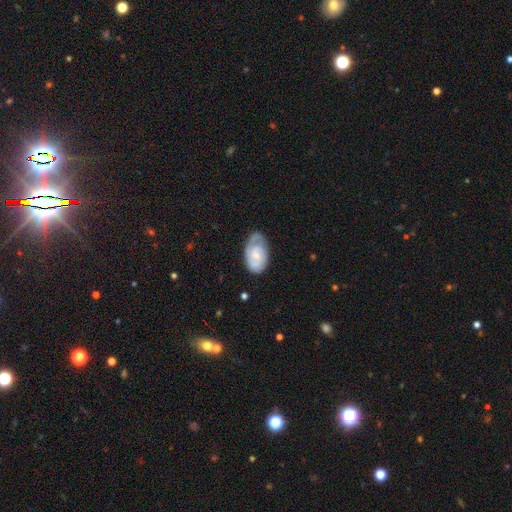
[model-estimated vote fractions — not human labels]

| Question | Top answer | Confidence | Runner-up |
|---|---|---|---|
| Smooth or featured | featured or disk | 67% | smooth (27%) |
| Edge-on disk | no | 97% | yes (3%) |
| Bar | no | 61% | weak (34%) |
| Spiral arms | yes | 89% | no (11%) |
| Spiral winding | tight | 54% | medium (35%) |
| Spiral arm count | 2 | 49% | can't tell (21%) |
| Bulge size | small | 53% | moderate (33%) |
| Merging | none | 61% | minor disturbance (28%) |